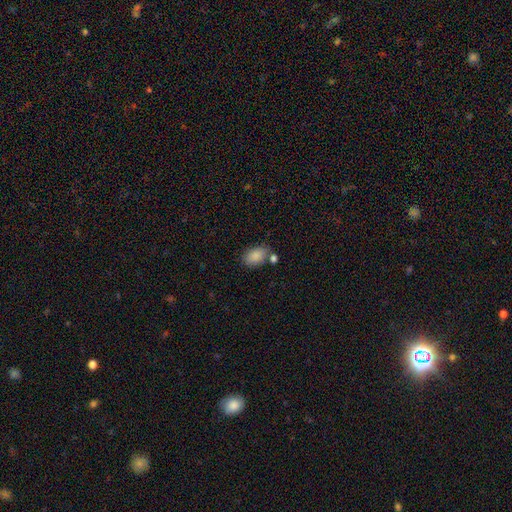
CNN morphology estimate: Smooth or featured?
  - smooth: 87% *
  - star or artifact: 8%
  - featured or disk: 6%
How rounded?
  - in between: 89% *
  - round: 10%
  - cigar-shaped: 1%
Merging?
  - none: 67% *
  - minor disturbance: 15%
  - merger: 14%
  - major disturbance: 4%